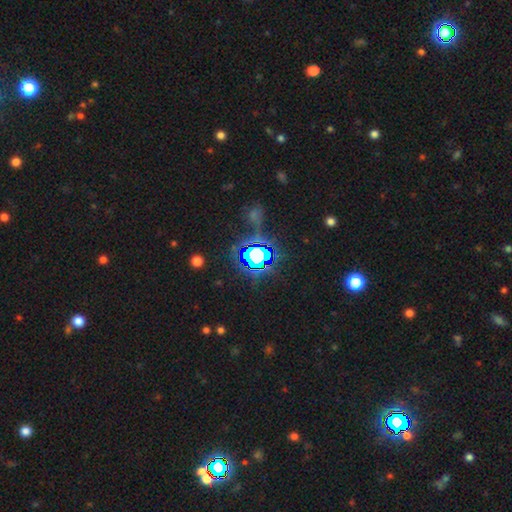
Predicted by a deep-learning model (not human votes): Morphology: type=star or artifact (74%).